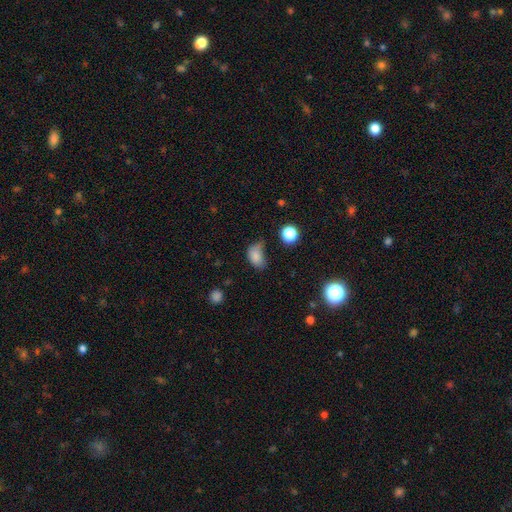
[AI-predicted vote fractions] This is likely a smooth galaxy (79%). How rounded: clearly in between (82%). Merging: marginally minor disturbance (37%).